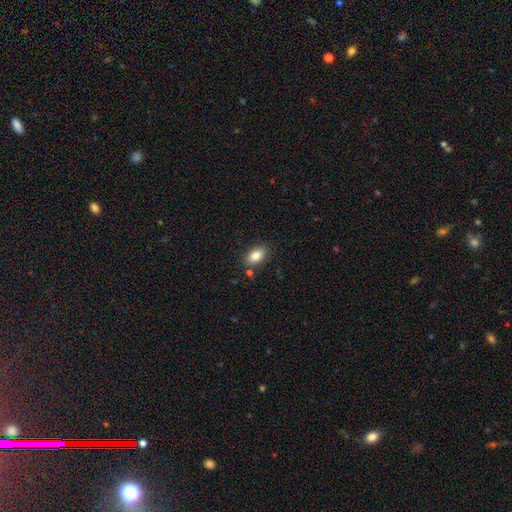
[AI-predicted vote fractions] smooth 84%, star or artifact 8%, featured or disk 8%. Down the decision tree: how rounded — in between (90%); merging — none (82%).